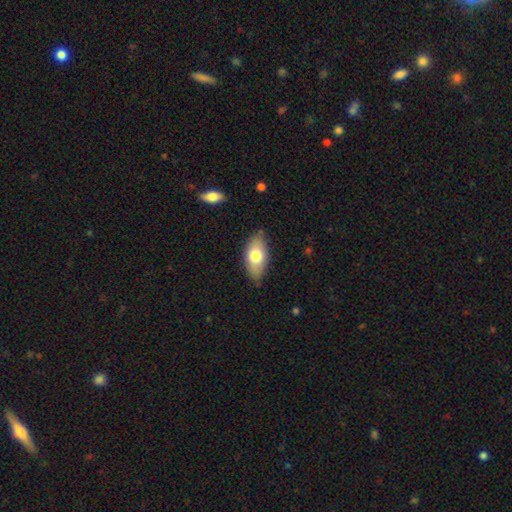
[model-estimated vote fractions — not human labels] A smooth galaxy with no disk features (72%) that is in between round and cigar-shaped (90%).

Vote fractions:
- Smooth or featured? smooth: 72% / featured or disk: 22% / star or artifact: 6%
- How rounded? in between: 90% / cigar-shaped: 7% / round: 4%
- Merging? none: 78% / minor disturbance: 18% / major disturbance: 3% / merger: 2%